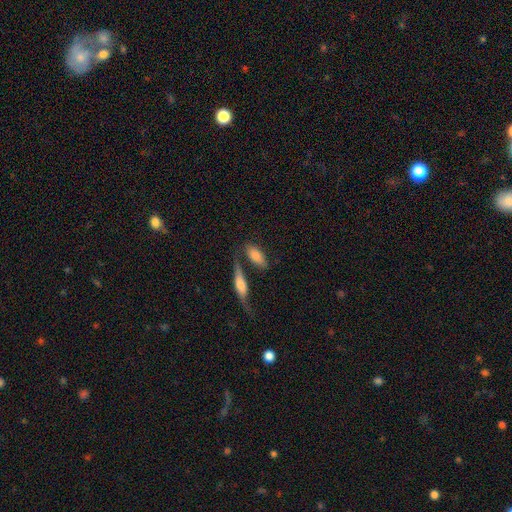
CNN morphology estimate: type=smooth (77%); roundness=in between (81%); merging=none (48%).